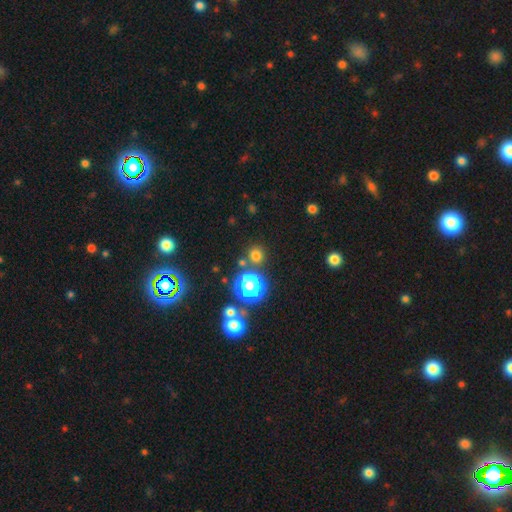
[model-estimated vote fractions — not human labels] Smooth or featured? Predicted: smooth (p=0.69). How rounded? Predicted: round (p=0.90). Merging? Predicted: none (p=0.77).